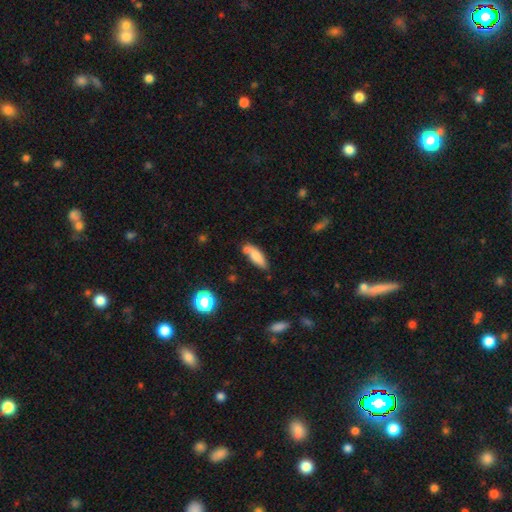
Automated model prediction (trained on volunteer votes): smooth 77%, featured or disk 15%, star or artifact 8%. Down the decision tree: how rounded — in between (55%); merging — none (60%).